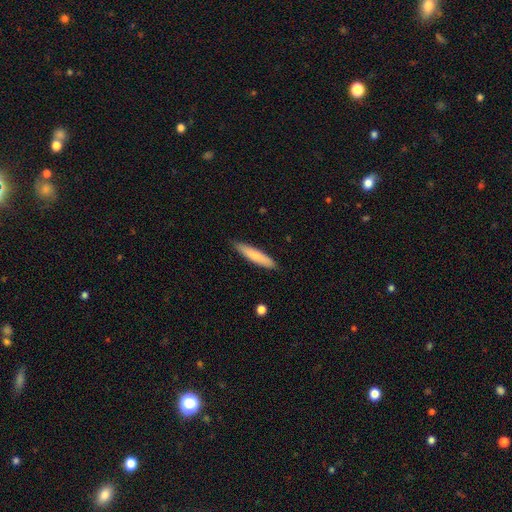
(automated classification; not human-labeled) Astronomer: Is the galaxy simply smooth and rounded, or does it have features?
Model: smooth — 75%.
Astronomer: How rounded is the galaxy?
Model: cigar-shaped — 86%.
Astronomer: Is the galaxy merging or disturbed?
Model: none — 87%.